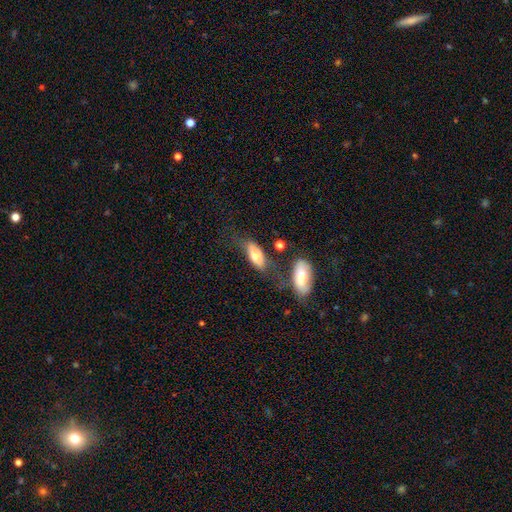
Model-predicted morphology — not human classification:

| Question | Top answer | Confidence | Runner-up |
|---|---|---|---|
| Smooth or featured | smooth | 71% | featured or disk (21%) |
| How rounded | in between | 80% | cigar-shaped (17%) |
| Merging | none | 43% | minor disturbance (25%) |